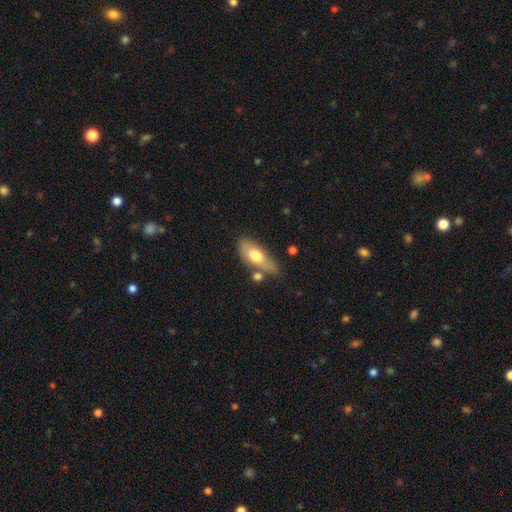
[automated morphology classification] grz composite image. It shows a smooth galaxy with no disk features (63%) that is in between round and cigar-shaped (78%). Merging: none (59%).